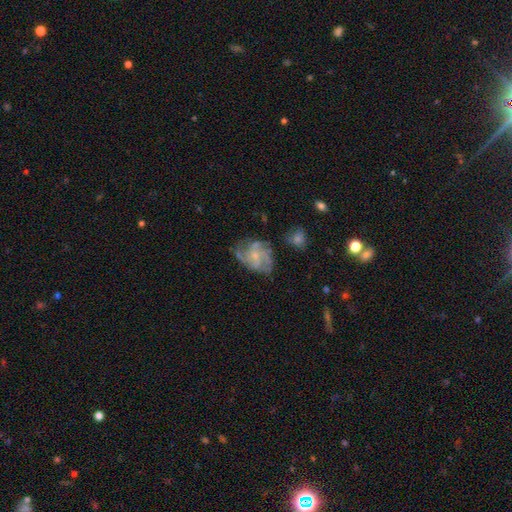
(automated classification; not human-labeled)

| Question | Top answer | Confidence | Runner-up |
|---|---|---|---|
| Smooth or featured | featured or disk | 79% | smooth (14%) |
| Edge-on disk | no | 98% | yes (2%) |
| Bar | no | 67% | weak (29%) |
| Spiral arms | yes | 92% | no (8%) |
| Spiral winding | medium | 46% | tight (37%) |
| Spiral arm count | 3 | 34% | can't tell (22%) |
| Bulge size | small | 60% | moderate (27%) |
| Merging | none | 59% | minor disturbance (24%) |